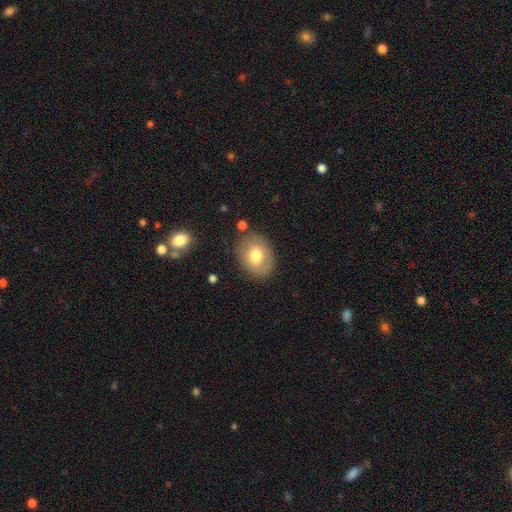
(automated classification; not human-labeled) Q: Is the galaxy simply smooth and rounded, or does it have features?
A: smooth — 70%.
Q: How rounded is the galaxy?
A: in between — 64%.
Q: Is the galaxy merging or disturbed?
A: none — 79%.